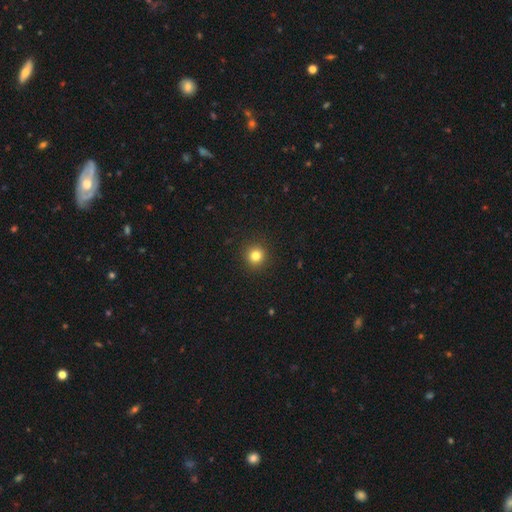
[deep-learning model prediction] smooth-or-featured: smooth: 82% | star or artifact: 13% | featured or disk: 5%
  how-rounded: round: 94% | in between: 5% | cigar-shaped: 1%
  merging: none: 93% | minor disturbance: 5% | major disturbance: 2% | merger: 1%